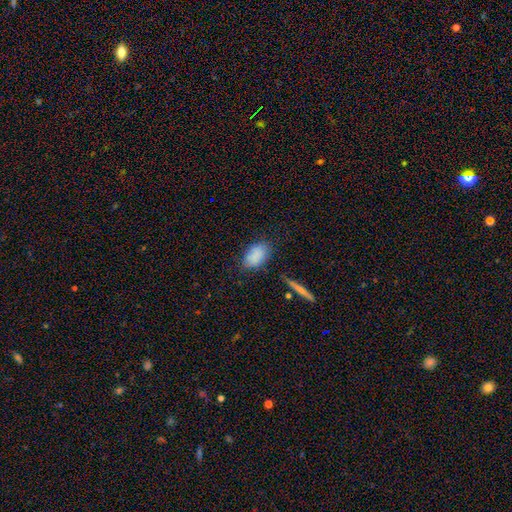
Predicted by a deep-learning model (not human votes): Q: Smooth or featured?
A: smooth (85%); runner-up: star or artifact (8%)
Q: How rounded?
A: in between (90%); runner-up: round (8%)
Q: Merging?
A: none (75%); runner-up: minor disturbance (17%)